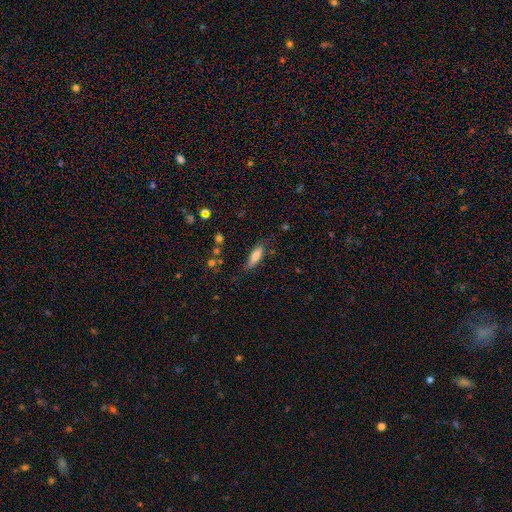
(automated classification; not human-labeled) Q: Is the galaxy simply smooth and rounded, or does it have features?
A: smooth — 75%.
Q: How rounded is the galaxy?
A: in between — 60%.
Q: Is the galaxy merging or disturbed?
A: none — 72%.